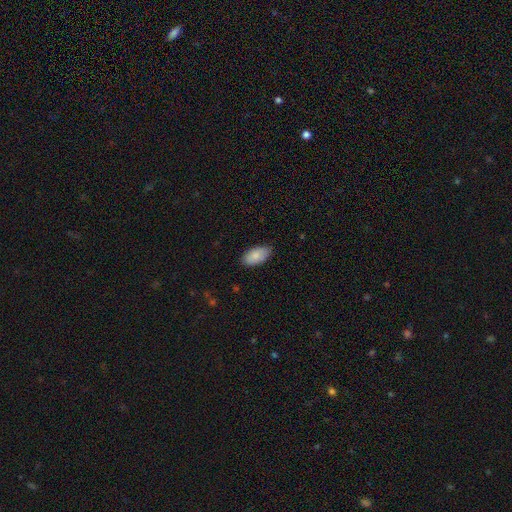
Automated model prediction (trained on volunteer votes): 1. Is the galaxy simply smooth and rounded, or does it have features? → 86% smooth, 8% featured or disk, 6% star or artifact.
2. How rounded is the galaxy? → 94% in between, 3% cigar-shaped, 3% round.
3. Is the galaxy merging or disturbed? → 82% none, 15% minor disturbance, 2% major disturbance, 1% merger.